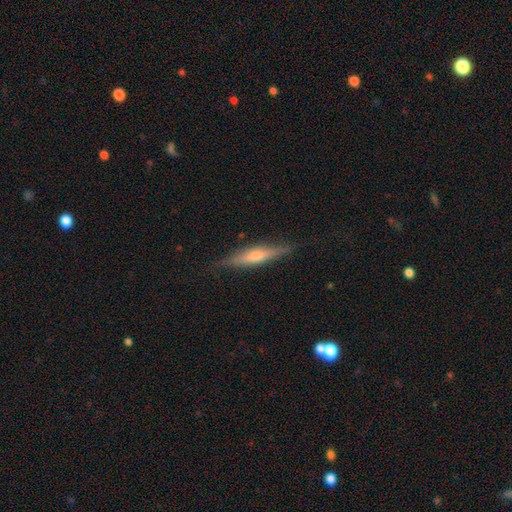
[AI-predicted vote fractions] Smooth or featured? featured or disk (59%)
Edge-on disk? yes (95%)
Edge-on bulge? rounded (67%)
Merging? none (85%)